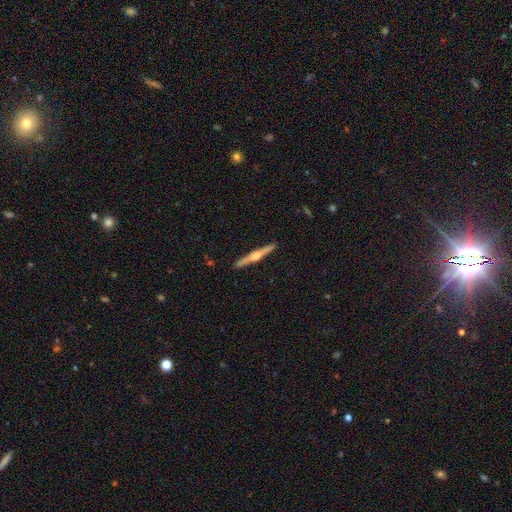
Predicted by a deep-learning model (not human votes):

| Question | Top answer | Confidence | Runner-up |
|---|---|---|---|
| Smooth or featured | featured or disk | 77% | smooth (18%) |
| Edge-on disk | yes | 98% | no (2%) |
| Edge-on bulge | rounded | 93% | boxy (3%) |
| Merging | none | 93% | minor disturbance (5%) |